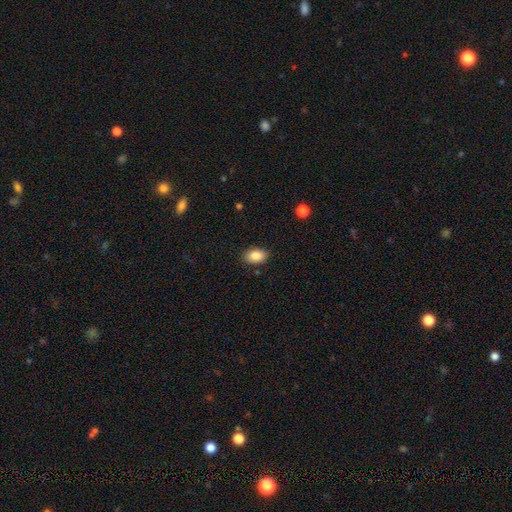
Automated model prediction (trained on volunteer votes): The model was most divided on "merging": none: 86%, minor disturbance: 10%, major disturbance: 3%, merger: 1%. More confident: how rounded — in between (87%); smooth or featured — smooth (87%).